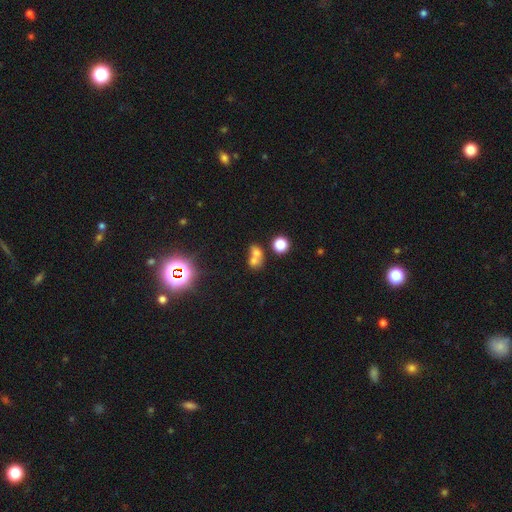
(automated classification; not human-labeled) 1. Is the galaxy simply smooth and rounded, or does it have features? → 65% smooth, 19% star or artifact, 16% featured or disk.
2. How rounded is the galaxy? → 63% round, 35% in between, 2% cigar-shaped.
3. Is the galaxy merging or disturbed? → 63% merger, 26% none, 6% minor disturbance, 4% major disturbance.